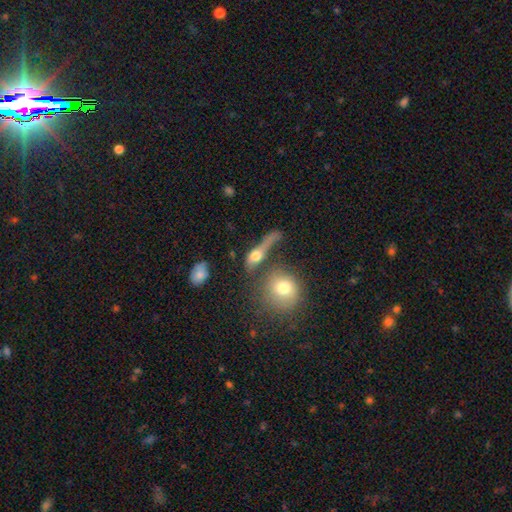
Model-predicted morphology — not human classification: smooth-or-featured: smooth: 60% | featured or disk: 28% | star or artifact: 13%
  how-rounded: in between: 46% | round: 32% | cigar-shaped: 22%
  merging: merger: 33% | none: 30% | major disturbance: 23% | minor disturbance: 15%